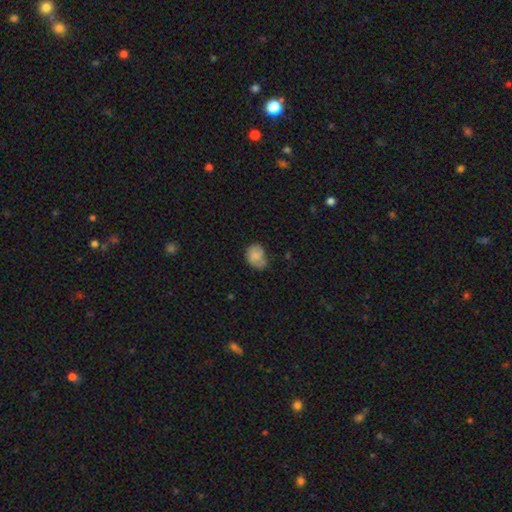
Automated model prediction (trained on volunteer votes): This appears to be a smooth galaxy with no disk features (79%) that is in between round and cigar-shaped (56%). Merging: none (44%).